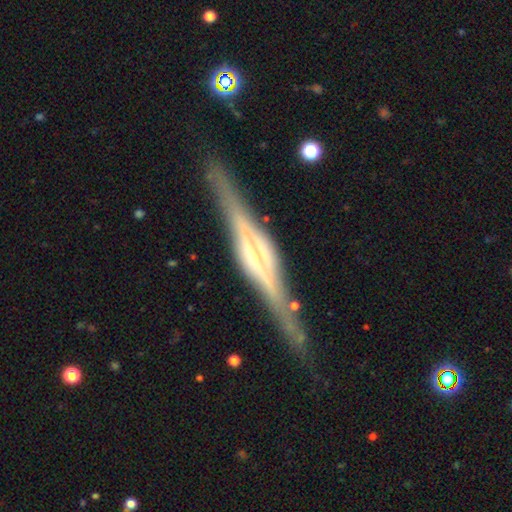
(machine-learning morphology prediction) This appears to be a featured or disk galaxy (87%) viewed edge-on (97%) with a rounded central bulge (60%). Merging: none (85%).